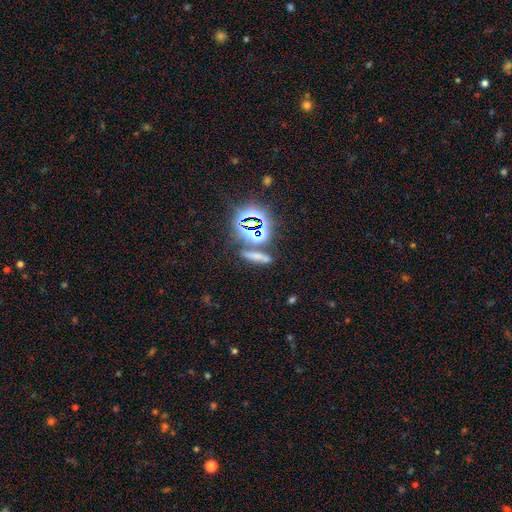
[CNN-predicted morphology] smooth_or_featured: smooth (p=0.51) [alt: star or artifact p=0.34]
how_rounded: cigar-shaped (p=0.64) [alt: in between p=0.24]
merging: none (p=0.68) [alt: merger p=0.14]